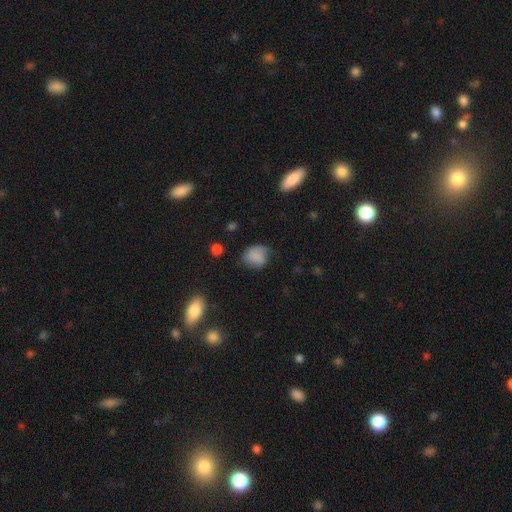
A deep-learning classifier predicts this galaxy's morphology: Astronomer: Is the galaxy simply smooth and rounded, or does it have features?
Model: smooth — 75%.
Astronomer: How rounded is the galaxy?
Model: round — 65%.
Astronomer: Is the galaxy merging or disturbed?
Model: none — 55% (runner-up: minor disturbance, 31%).